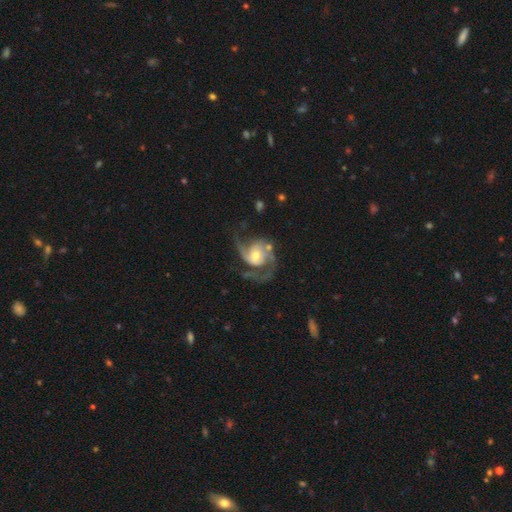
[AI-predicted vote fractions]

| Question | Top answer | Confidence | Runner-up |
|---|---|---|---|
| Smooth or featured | featured or disk | 85% | smooth (10%) |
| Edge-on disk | no | 98% | yes (2%) |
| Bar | no | 65% | weak (28%) |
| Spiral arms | yes | 95% | no (5%) |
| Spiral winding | medium | 47% | loose (37%) |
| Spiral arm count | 2 | 78% | 3 (7%) |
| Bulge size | moderate | 63% | small (26%) |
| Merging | none | 49% | major disturbance (26%) |